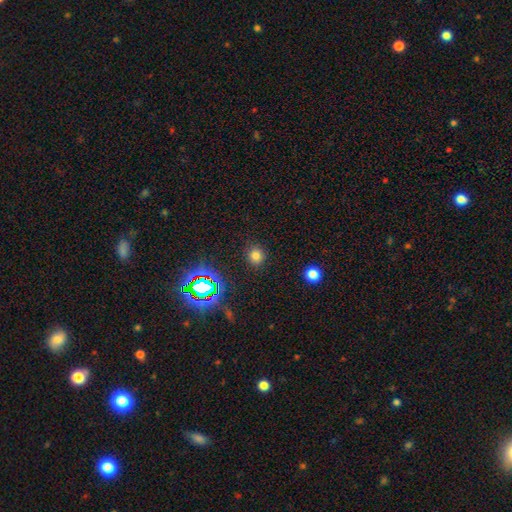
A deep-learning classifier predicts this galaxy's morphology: smooth_or_featured: smooth (p=0.73) [alt: star or artifact p=0.20]
how_rounded: round (p=0.81) [alt: in between p=0.18]
merging: none (p=0.88) [alt: minor disturbance p=0.08]